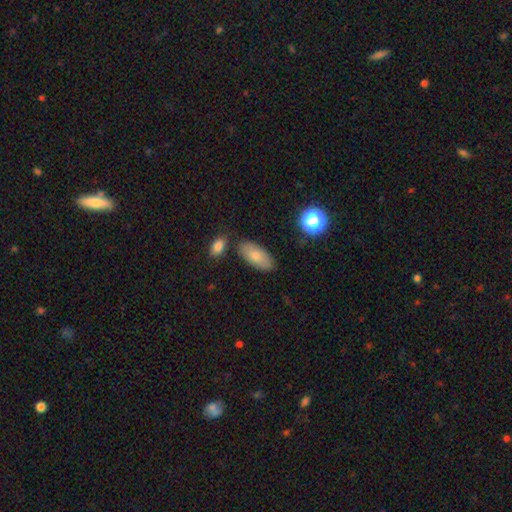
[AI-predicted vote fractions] Morphology: type=smooth (76%); roundness=in between (90%); merging=none (79%).